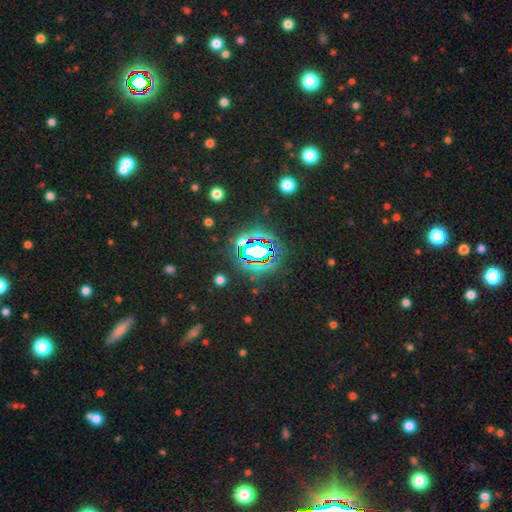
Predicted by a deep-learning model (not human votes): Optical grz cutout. It shows a star or artifact, not a galaxy (78%).